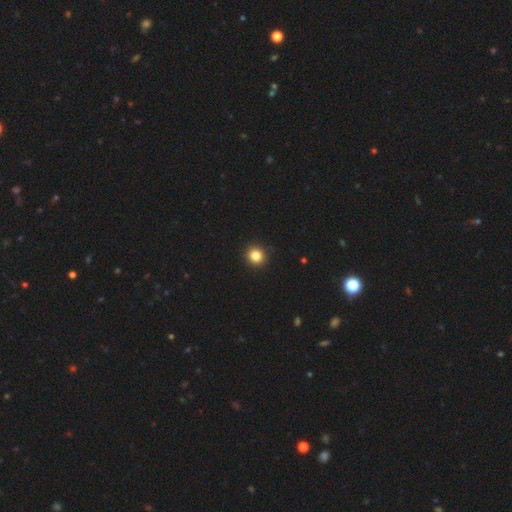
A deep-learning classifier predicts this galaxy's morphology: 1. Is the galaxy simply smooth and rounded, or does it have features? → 84% smooth, 12% star or artifact, 4% featured or disk.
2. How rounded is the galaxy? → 91% round, 8% in between, 1% cigar-shaped.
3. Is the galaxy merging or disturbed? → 92% none, 5% minor disturbance, 1% major disturbance, 1% merger.